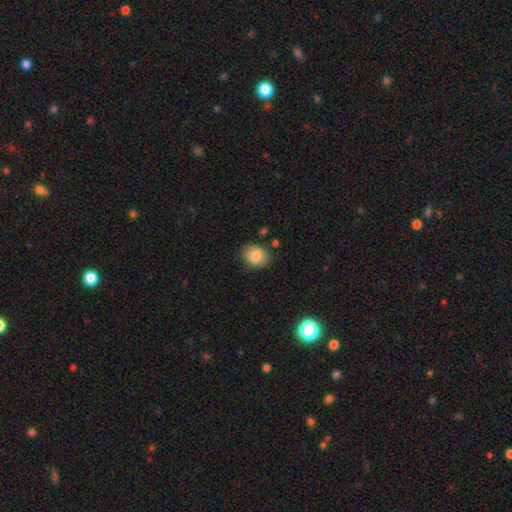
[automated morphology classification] Smooth or featured: smooth — 82% (featured or disk — 9%)
How rounded: round — 58% (in between — 41%)
Merging: none — 82% (minor disturbance — 13%)